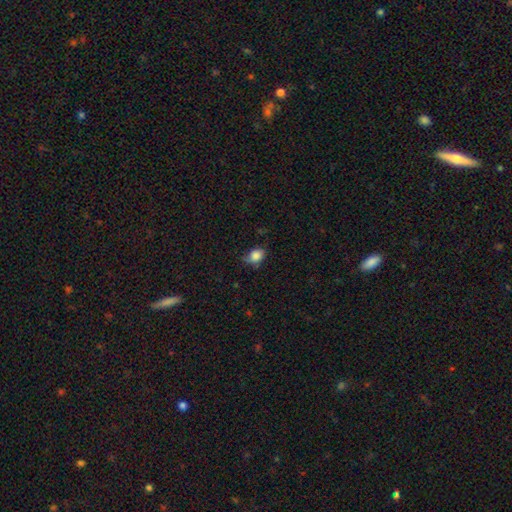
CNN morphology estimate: The model was most divided on "merging": none: 53%, minor disturbance: 35%, major disturbance: 10%, merger: 2%. More confident: smooth or featured — smooth (83%); how rounded — in between (59%).